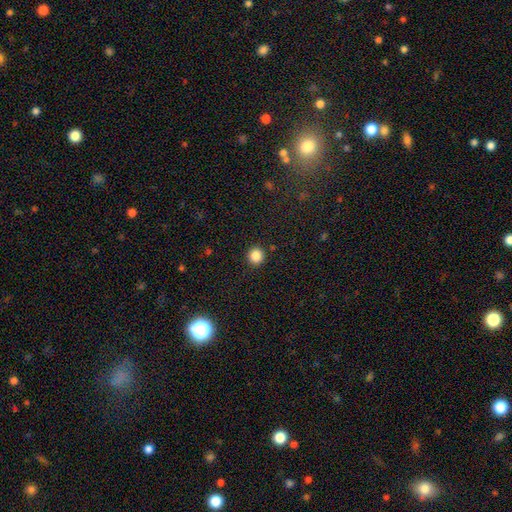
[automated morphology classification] Overall: smooth (85%). How rounded: round (92%). Merging: none (92%).